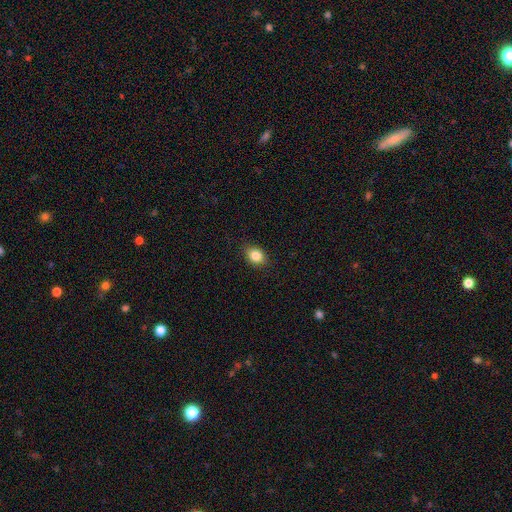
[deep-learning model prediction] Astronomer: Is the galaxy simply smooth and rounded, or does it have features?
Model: smooth — 84%.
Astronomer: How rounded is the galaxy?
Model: in between — 62%.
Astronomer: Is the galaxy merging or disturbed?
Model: none — 87%.